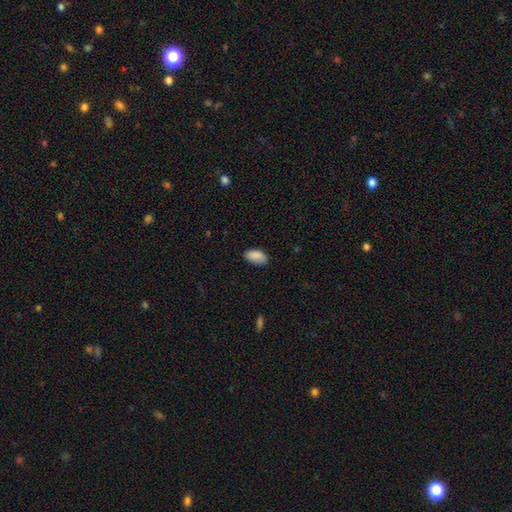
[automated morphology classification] Q: Smooth or featured?
A: smooth (89%); runner-up: star or artifact (7%)
Q: How rounded?
A: in between (95%); runner-up: round (4%)
Q: Merging?
A: none (82%); runner-up: minor disturbance (14%)